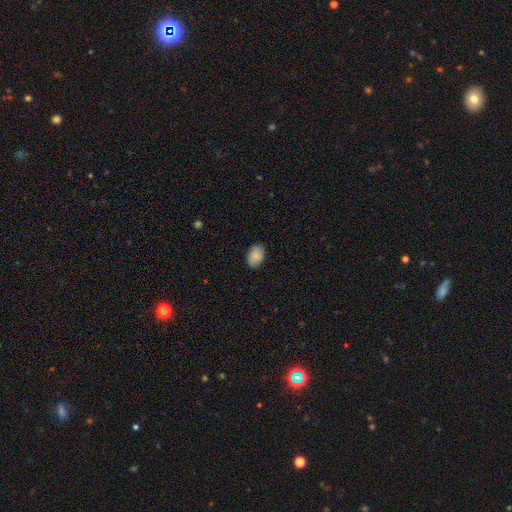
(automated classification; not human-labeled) A smooth galaxy with no disk features (86%) that is in between round and cigar-shaped (81%). Merging: none (83%).